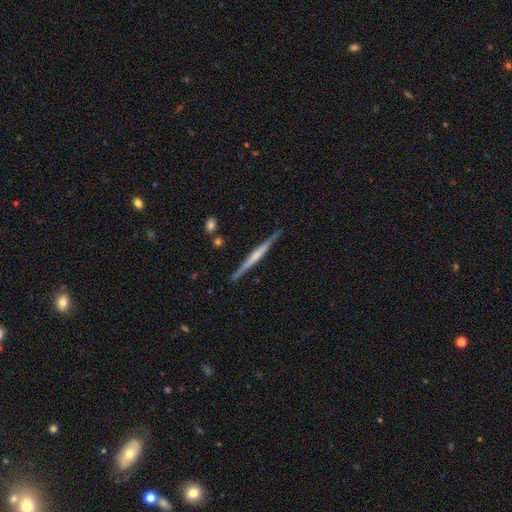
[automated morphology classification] This appears to be a featured or disk galaxy (67%) viewed edge-on (98%) with no central bulge (49%). Merging: none (88%).